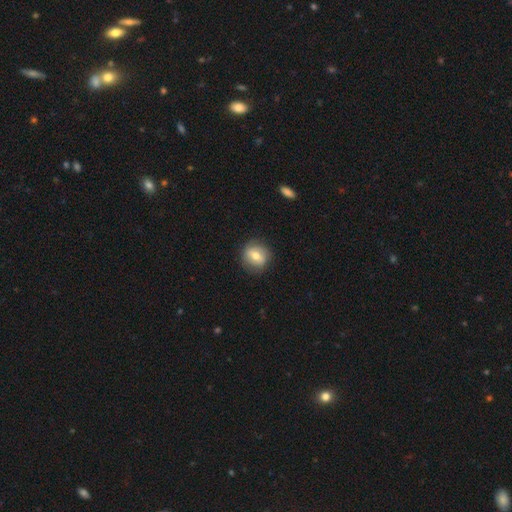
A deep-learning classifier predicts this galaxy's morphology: smooth_or_featured: smooth (p=0.52) [alt: featured or disk p=0.40]
how_rounded: round (p=0.79) [alt: in between p=0.20]
merging: none (p=0.82) [alt: minor disturbance p=0.13]